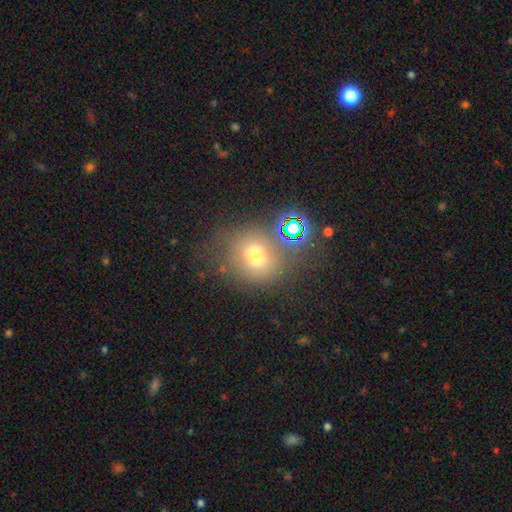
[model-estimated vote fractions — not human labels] Overall: smooth (66%). How rounded: round (70%). Merging: none (59%).